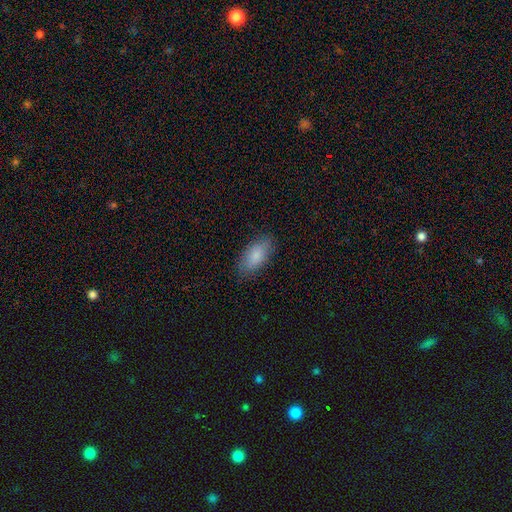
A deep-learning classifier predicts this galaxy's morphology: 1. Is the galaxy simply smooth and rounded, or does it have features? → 86% smooth, 8% featured or disk, 6% star or artifact.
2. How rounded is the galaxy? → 90% in between, 7% cigar-shaped, 3% round.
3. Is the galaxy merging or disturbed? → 85% none, 11% minor disturbance, 3% major disturbance, 1% merger.